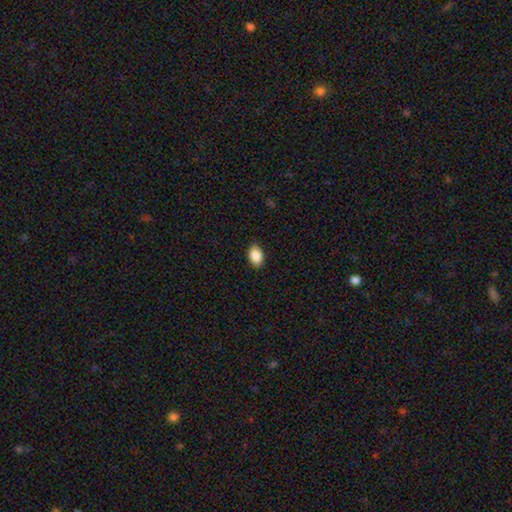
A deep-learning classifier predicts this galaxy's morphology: Smooth or featured? Predicted: smooth (p=0.88). How rounded? Predicted: in between (p=0.86). Merging? Predicted: none (p=0.85).